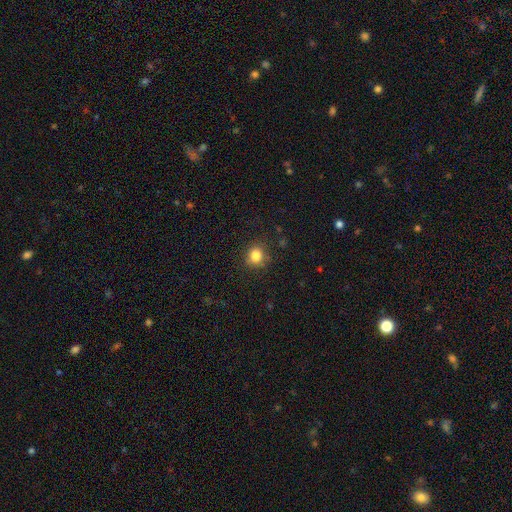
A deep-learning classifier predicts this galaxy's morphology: Smooth or featured?
  - smooth: 83% *
  - star or artifact: 12%
  - featured or disk: 5%
How rounded?
  - round: 82% *
  - in between: 17%
  - cigar-shaped: 1%
Merging?
  - none: 84% *
  - minor disturbance: 11%
  - major disturbance: 3%
  - merger: 1%